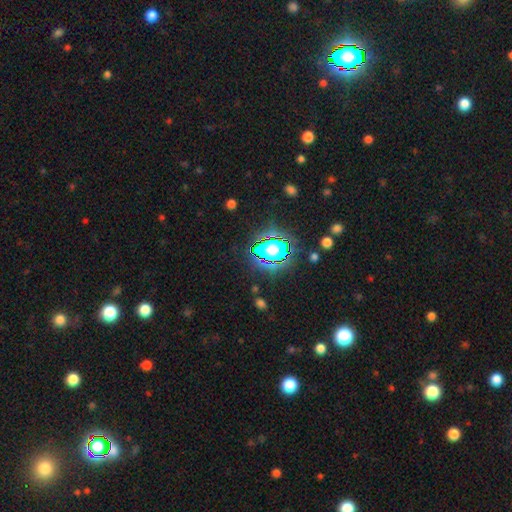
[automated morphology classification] Smooth or featured: star or artifact — 70% (smooth — 20%)